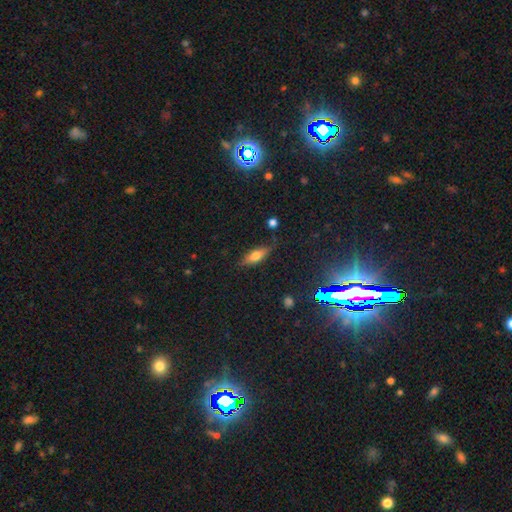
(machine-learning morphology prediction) Smooth or featured: smooth — 60% (featured or disk — 30%)
How rounded: in between — 62% (cigar-shaped — 34%)
Merging: none — 79% (minor disturbance — 16%)